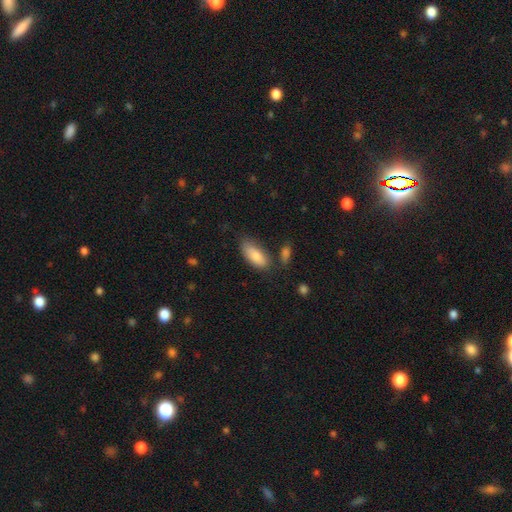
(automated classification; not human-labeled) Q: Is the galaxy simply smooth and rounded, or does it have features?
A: smooth — 84%.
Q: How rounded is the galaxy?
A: in between — 87%.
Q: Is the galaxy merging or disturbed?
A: none — 64%.